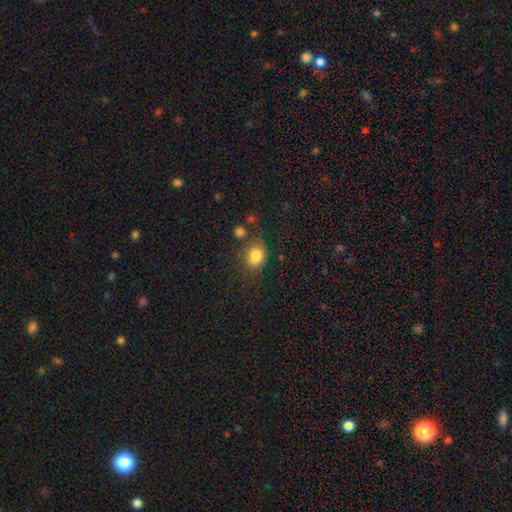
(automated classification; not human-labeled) Overall: smooth (80%). How rounded: in between (58%; round 40%). Merging: none (50%; minor disturbance 22%).